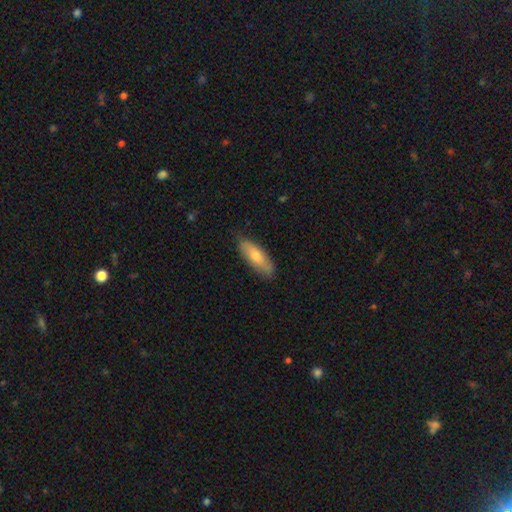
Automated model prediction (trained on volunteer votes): Smooth or featured: smooth — 69% (featured or disk — 25%)
How rounded: in between — 58% (cigar-shaped — 40%)
Merging: none — 83% (minor disturbance — 13%)